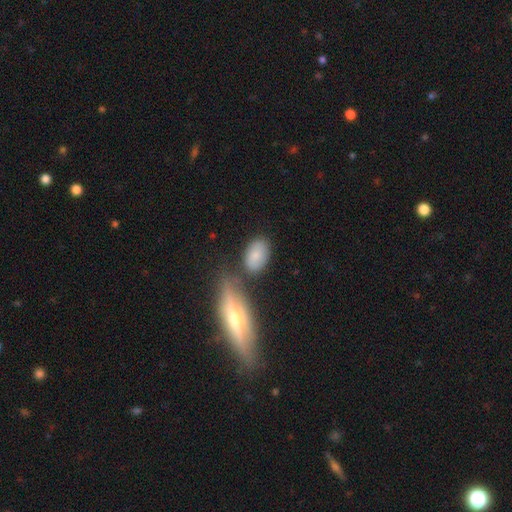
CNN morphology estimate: Smooth or featured? Predicted: smooth (p=0.77). How rounded? Predicted: in between (p=0.90). Merging? Predicted: none (p=0.63).